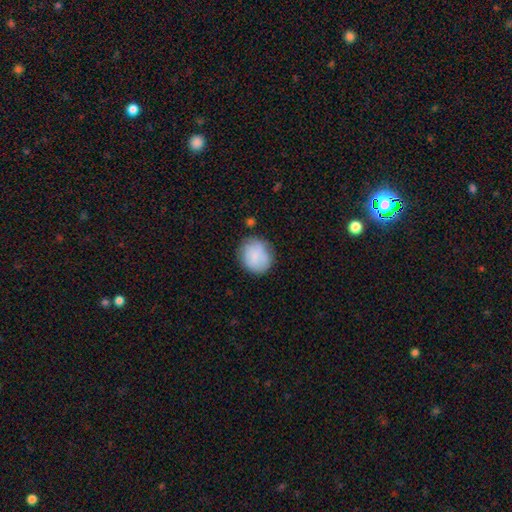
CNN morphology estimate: This appears to be a smooth galaxy with no disk features (81%) that is round (77%). Merging: none (70%).